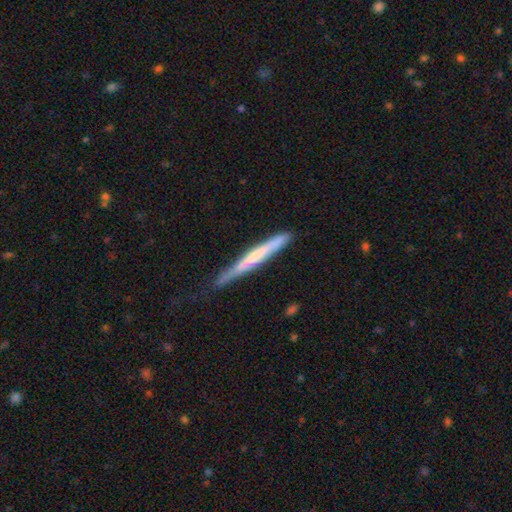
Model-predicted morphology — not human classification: smooth_or_featured: featured or disk (p=0.48) [alt: smooth p=0.47]
merging: none (p=0.67) [alt: minor disturbance p=0.25]